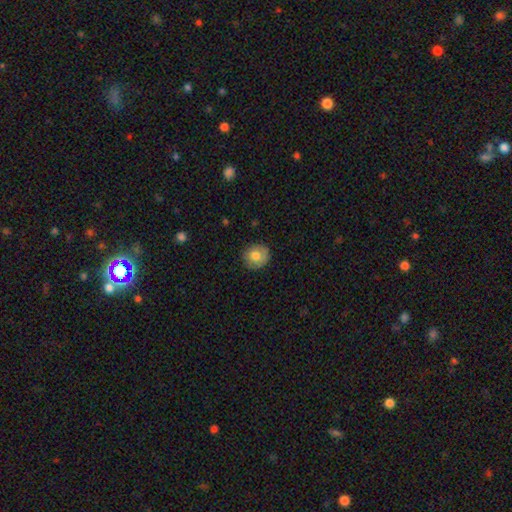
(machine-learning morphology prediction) This appears to be a smooth galaxy with no disk features (75%) that is round (84%). Merging: none (84%).